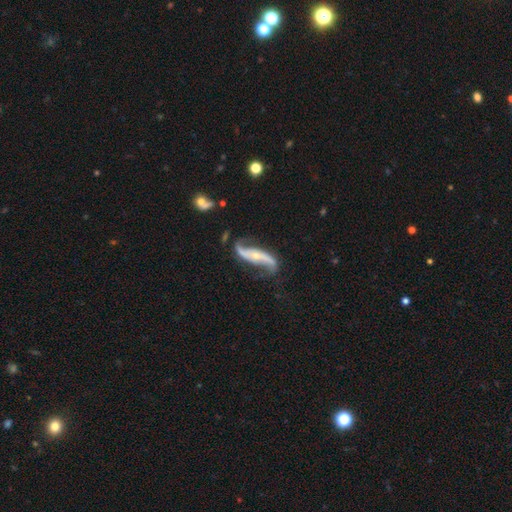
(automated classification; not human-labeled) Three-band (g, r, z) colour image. It shows a featured or disk galaxy (88%) with no bar (46%), 2 (93%) loose (79%) spiral arms (96%) and a small central bulge (67%). Merging: none (67%).